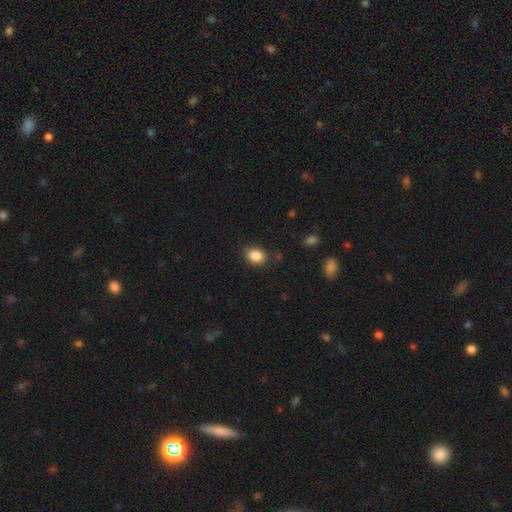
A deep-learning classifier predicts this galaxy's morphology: A smooth galaxy with no disk features (87%) that is in between round and cigar-shaped (68%). Merging: none (80%).